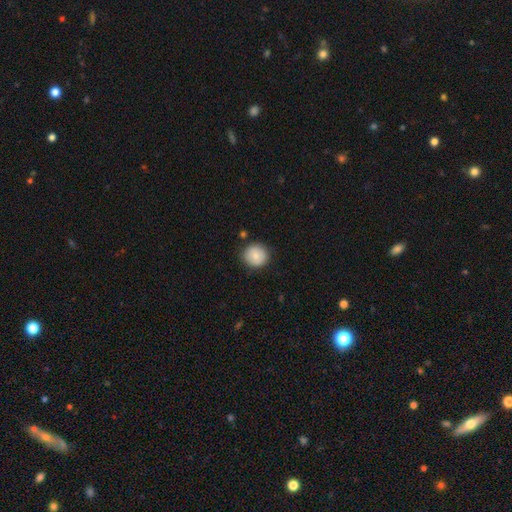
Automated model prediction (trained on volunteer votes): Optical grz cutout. It shows a smooth galaxy with no disk features (78%) that is round (91%). Merging: none (84%).